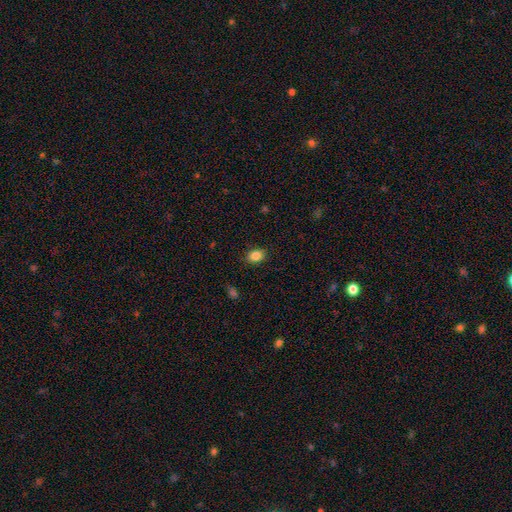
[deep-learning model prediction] Smooth or featured? Predicted: smooth (p=0.86). How rounded? Predicted: in between (p=0.63). Merging? Predicted: none (p=0.87).